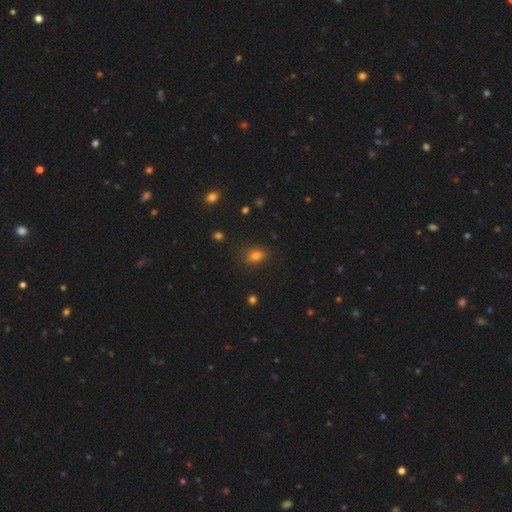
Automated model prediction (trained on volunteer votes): Smooth or featured?
  - smooth: 79% *
  - star or artifact: 14%
  - featured or disk: 7%
How rounded?
  - in between: 65% *
  - round: 34%
  - cigar-shaped: 2%
Merging?
  - none: 81% *
  - minor disturbance: 14%
  - major disturbance: 4%
  - merger: 2%